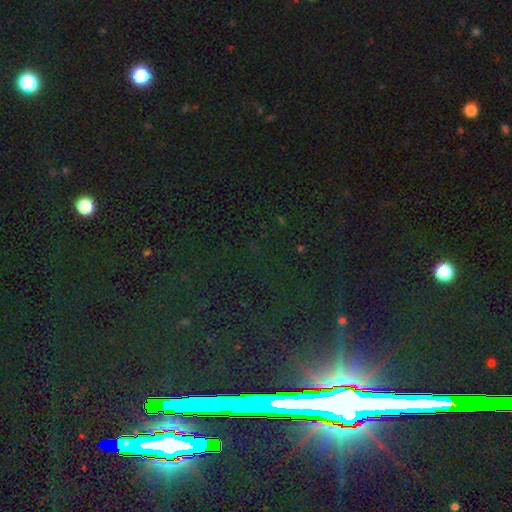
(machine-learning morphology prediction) Overall: star or artifact (80%).